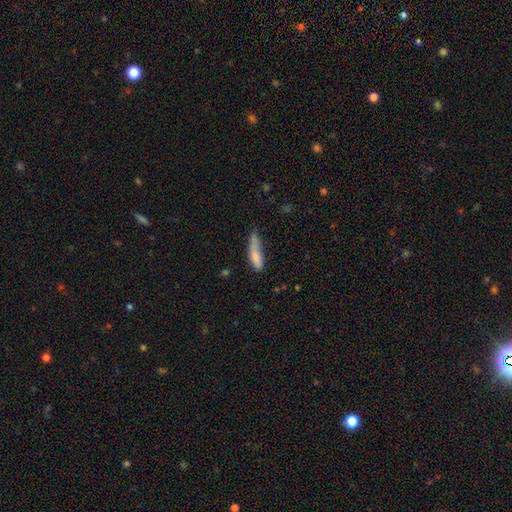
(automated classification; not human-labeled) Overall: smooth (76%). How rounded: cigar-shaped (71%). Merging: none (41%; minor disturbance 37%).